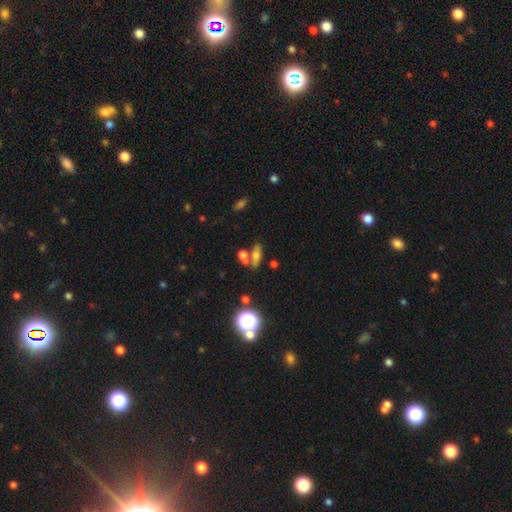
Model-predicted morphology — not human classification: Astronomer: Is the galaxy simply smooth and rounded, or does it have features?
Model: smooth — 58%.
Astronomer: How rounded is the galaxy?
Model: in between — 59%.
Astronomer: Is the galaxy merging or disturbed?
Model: none — 53% (runner-up: merger, 31%).